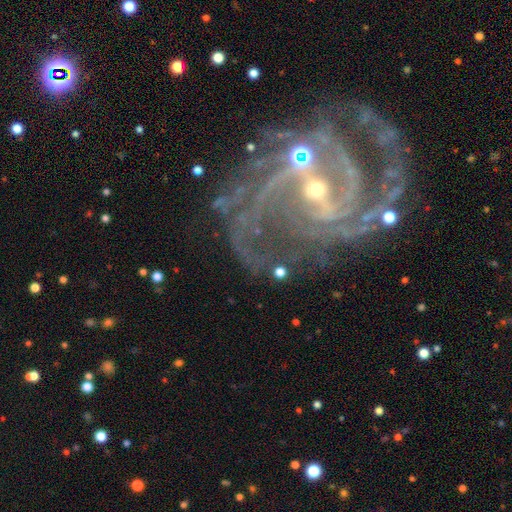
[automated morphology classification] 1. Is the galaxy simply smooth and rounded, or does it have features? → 91% featured or disk, 6% star or artifact, 3% smooth.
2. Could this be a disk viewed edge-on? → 98% no, 2% yes.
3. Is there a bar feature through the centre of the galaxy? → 41% strong, 37% weak, 22% no.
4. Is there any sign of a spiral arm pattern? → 98% yes, 2% no.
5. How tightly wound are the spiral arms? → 51% medium, 34% tight, 15% loose.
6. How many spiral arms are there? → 45% 2, 17% 3, 12% can't tell, 10% 4, 8% more than 4, 7% 1.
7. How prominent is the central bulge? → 69% small, 26% moderate, 2% none, 2% large, 1% dominant.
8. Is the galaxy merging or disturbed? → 57% none, 18% minor disturbance, 16% major disturbance, 8% merger.